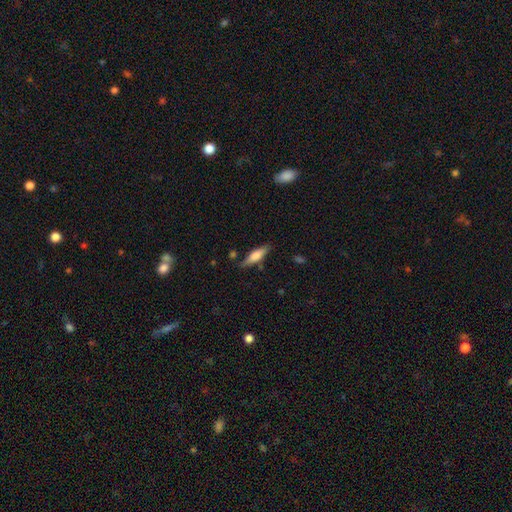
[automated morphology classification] A smooth galaxy with no disk features (64%) that is cigar-shaped (60%).

Vote fractions:
- Smooth or featured? smooth: 64% / featured or disk: 29% / star or artifact: 7%
- How rounded? cigar-shaped: 60% / in between: 38% / round: 2%
- Merging? none: 79% / minor disturbance: 15% / major disturbance: 3% / merger: 3%